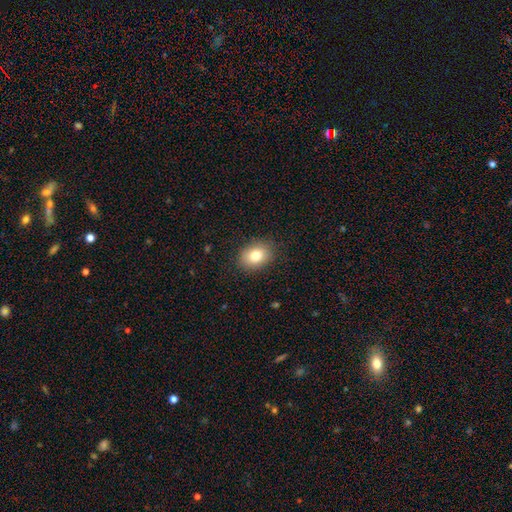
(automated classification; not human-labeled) This is clearly a smooth galaxy (81%). How rounded: likely in between (64%). Merging: clearly none (87%).